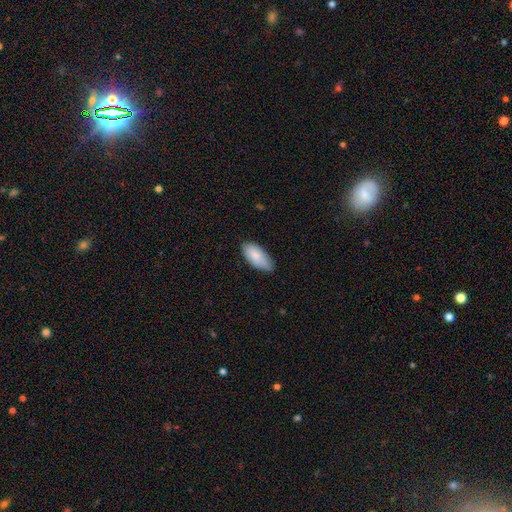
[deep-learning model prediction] Smooth or featured?
  - smooth: 86% *
  - featured or disk: 9%
  - star or artifact: 6%
How rounded?
  - in between: 90% *
  - cigar-shaped: 8%
  - round: 2%
Merging?
  - none: 73% *
  - minor disturbance: 23%
  - major disturbance: 3%
  - merger: 1%